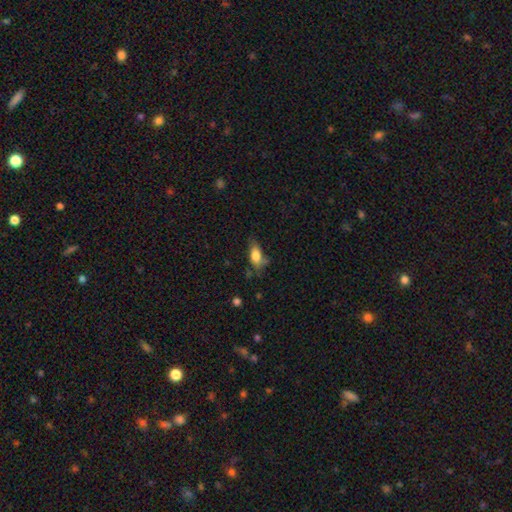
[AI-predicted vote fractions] Overall: smooth (76%). How rounded: in between (84%). Merging: none (45%; minor disturbance 34%).